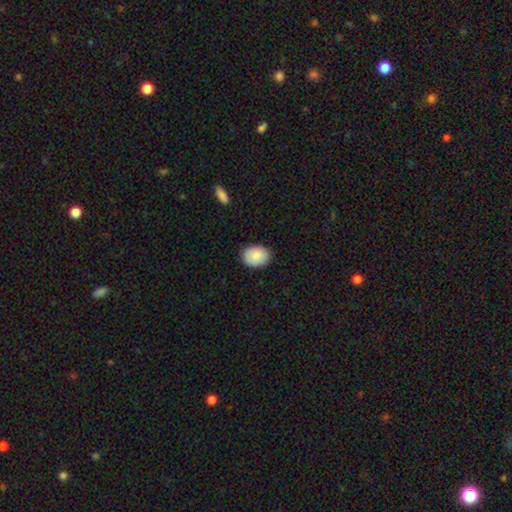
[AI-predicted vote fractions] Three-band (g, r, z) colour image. It shows a smooth galaxy with no disk features (85%) that is in between round and cigar-shaped (71%). Merging: none (87%).